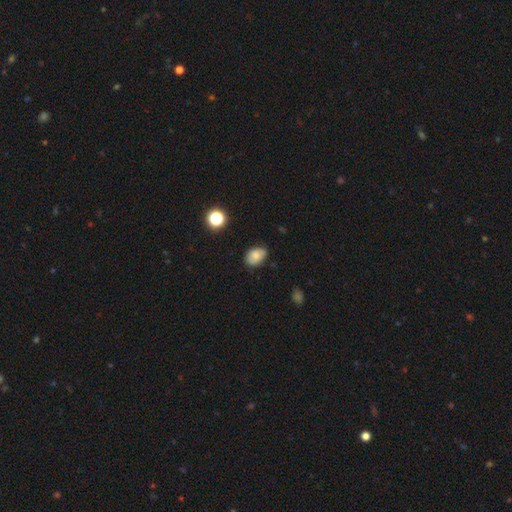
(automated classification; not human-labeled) Overall: smooth (79%). How rounded: in between (81%). Merging: none (75%).